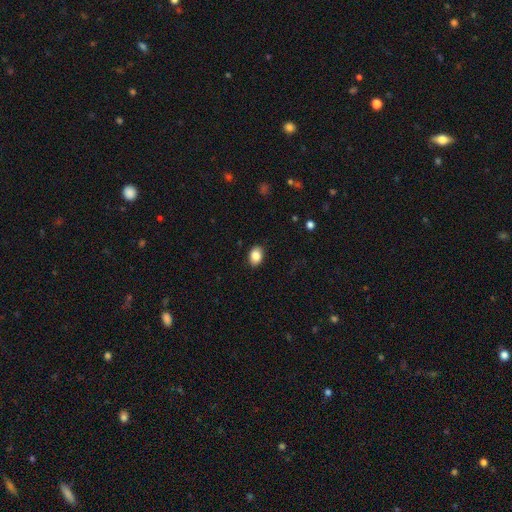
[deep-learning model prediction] smooth 86%, star or artifact 8%, featured or disk 6%. Down the decision tree: how rounded — in between (75%); merging — none (89%).